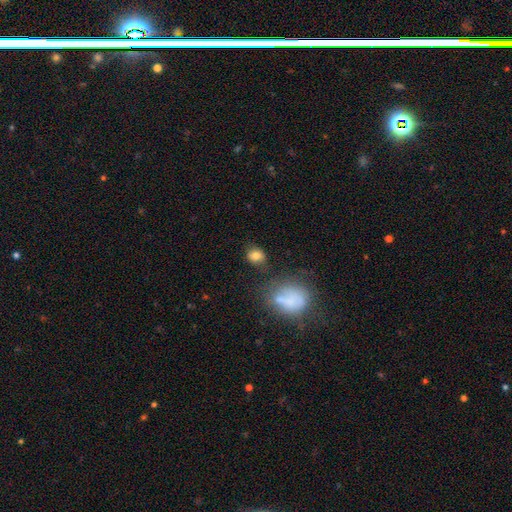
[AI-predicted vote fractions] Smooth or featured?
  - smooth: 79% *
  - star or artifact: 12%
  - featured or disk: 9%
How rounded?
  - round: 54% *
  - in between: 44%
  - cigar-shaped: 1%
Merging?
  - none: 74% *
  - minor disturbance: 15%
  - merger: 6%
  - major disturbance: 5%